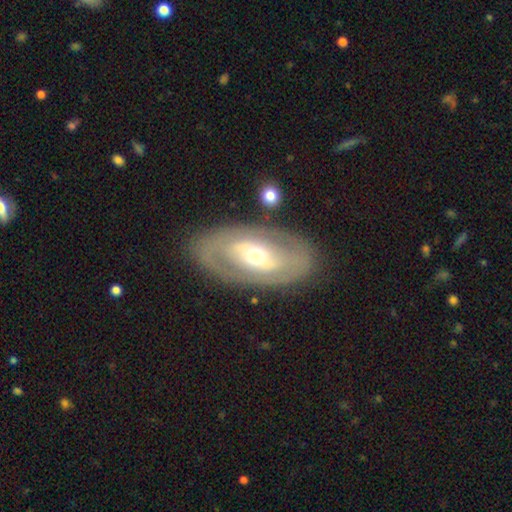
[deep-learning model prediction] smooth_or_featured: featured or disk (p=0.72) [alt: smooth p=0.23]
disk_edge_on: no (p=0.91) [alt: yes p=0.09]
bar: no (p=0.56) [alt: weak p=0.27]
has_spiral_arms: no (p=0.51) [alt: yes p=0.49]
bulge_size: moderate (p=0.64) [alt: small p=0.28]
merging: none (p=0.80) [alt: minor disturbance p=0.12]